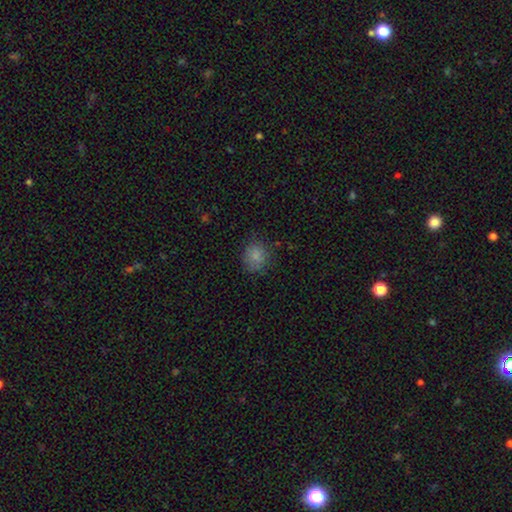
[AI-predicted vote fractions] A smooth galaxy with no disk features (82%) that is round (75%). Merging: none (76%).